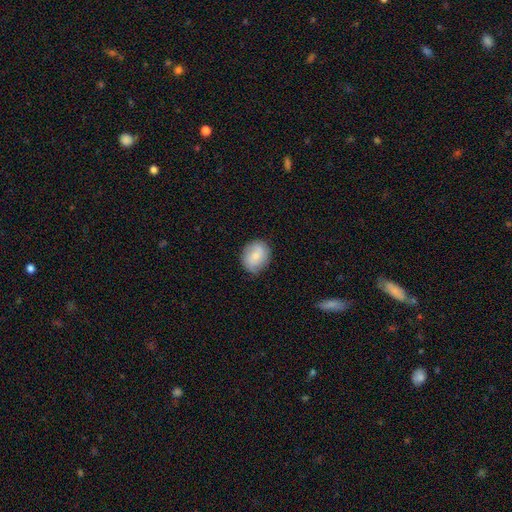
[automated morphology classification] type=smooth (66%); roundness=round (52%); merging=none (80%).